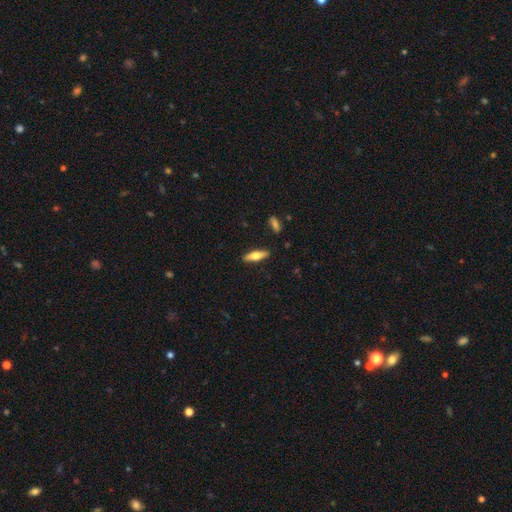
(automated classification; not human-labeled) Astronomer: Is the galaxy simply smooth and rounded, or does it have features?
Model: smooth — 51% (runner-up: featured or disk, 43%).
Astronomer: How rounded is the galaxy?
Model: cigar-shaped — 60% (runner-up: in between, 38%).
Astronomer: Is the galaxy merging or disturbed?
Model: none — 88%.